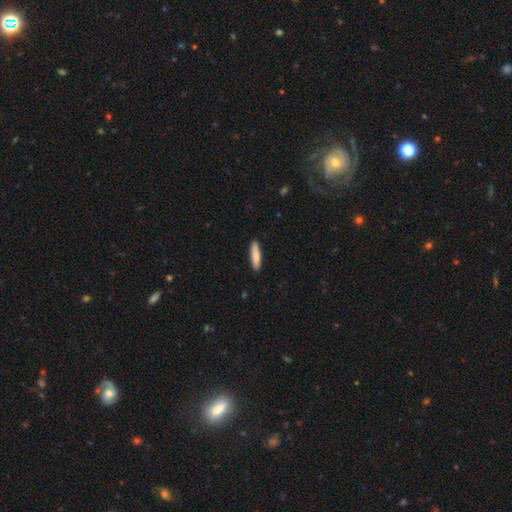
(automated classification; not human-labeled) Morphology: type=smooth (80%); roundness=cigar-shaped (79%); merging=none (91%).